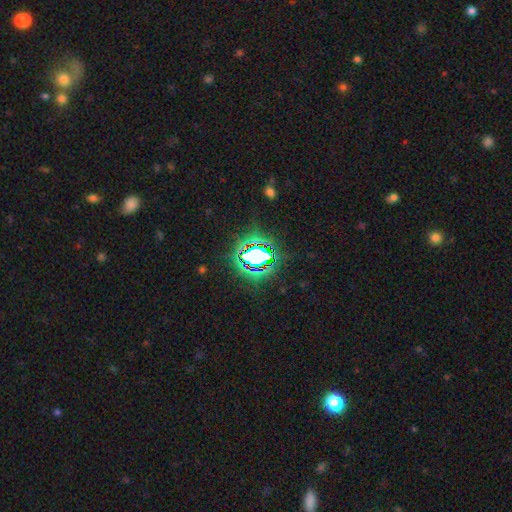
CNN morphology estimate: The model was most divided on "smooth or featured": star or artifact: 70%, smooth: 18%, featured or disk: 12%.